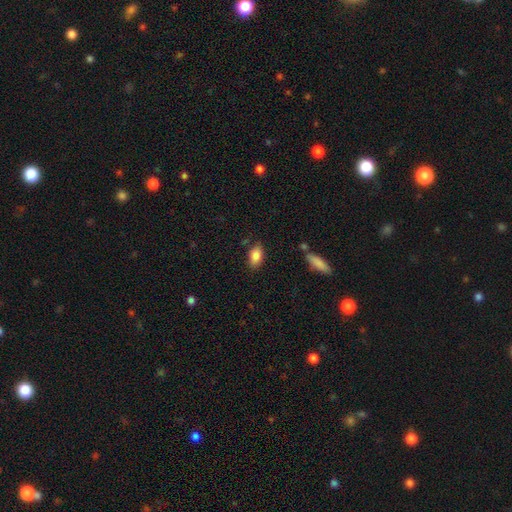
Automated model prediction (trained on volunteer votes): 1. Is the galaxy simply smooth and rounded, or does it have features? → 86% smooth, 7% star or artifact, 7% featured or disk.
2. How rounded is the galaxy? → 91% in between, 5% round, 4% cigar-shaped.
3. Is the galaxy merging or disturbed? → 81% none, 13% minor disturbance, 3% major disturbance, 3% merger.